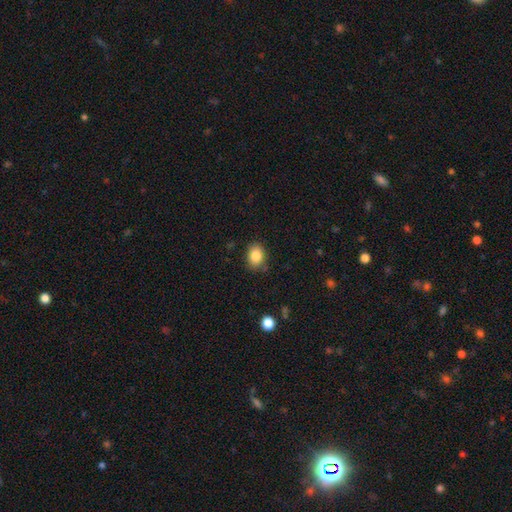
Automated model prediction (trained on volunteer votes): This appears to be a smooth galaxy with no disk features (86%) that is in between round and cigar-shaped (65%). Merging: none (83%).